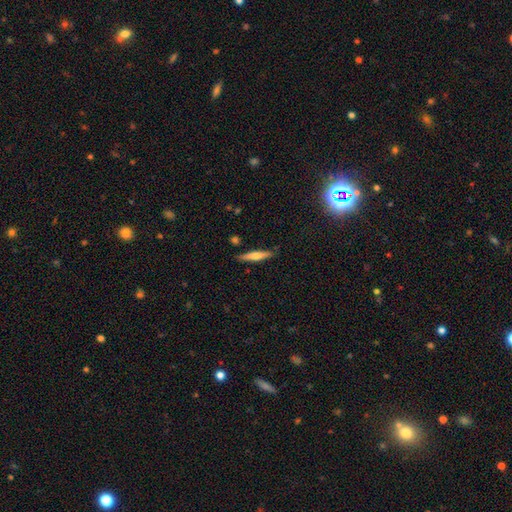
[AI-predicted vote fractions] Smooth or featured? Predicted: smooth (p=0.56). How rounded? Predicted: cigar-shaped (p=0.89). Merging? Predicted: none (p=0.86).